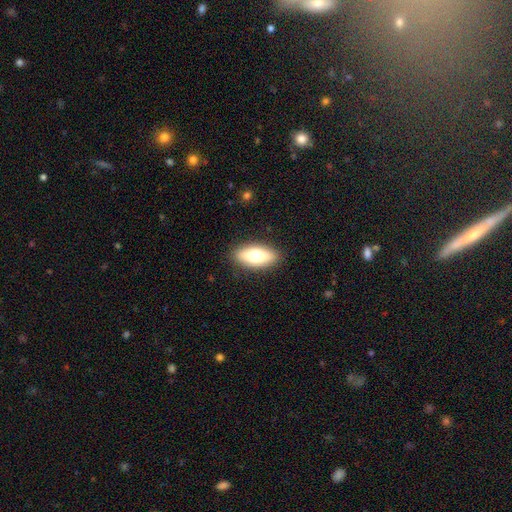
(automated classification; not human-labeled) Morphology: type=smooth (72%); roundness=in between (83%); merging=none (87%).